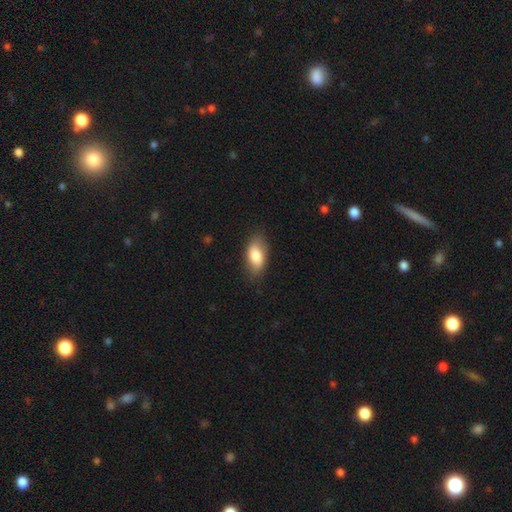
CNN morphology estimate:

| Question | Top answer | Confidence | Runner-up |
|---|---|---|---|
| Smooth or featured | smooth | 81% | featured or disk (13%) |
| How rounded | in between | 89% | cigar-shaped (7%) |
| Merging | none | 79% | minor disturbance (17%) |